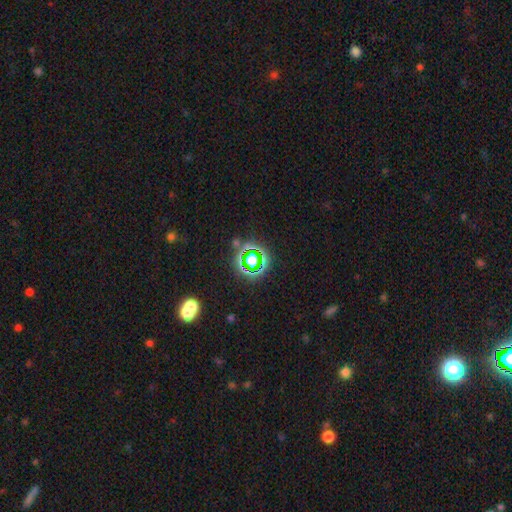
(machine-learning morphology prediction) A star or artifact, not a galaxy (69%).